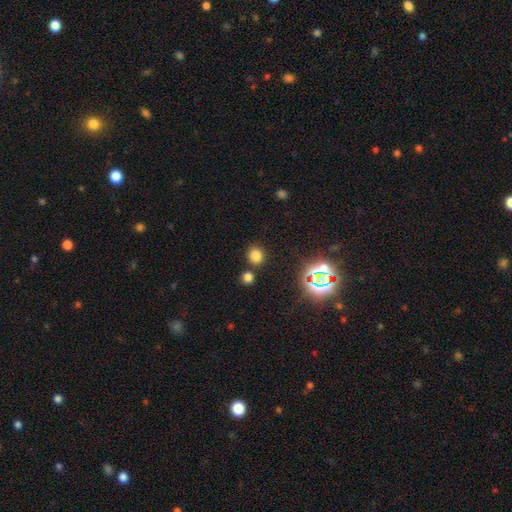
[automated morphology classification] smooth_or_featured: smooth (p=0.73) [alt: star or artifact p=0.22]
how_rounded: round (p=0.68) [alt: in between p=0.30]
merging: none (p=0.78) [alt: merger p=0.11]